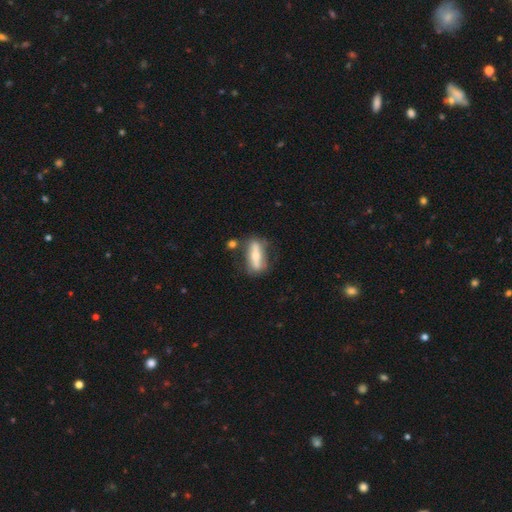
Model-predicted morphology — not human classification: Smooth or featured: featured or disk — 52% (smooth — 41%)
Edge-on disk: yes — 54% (no — 46%)
Merging: none — 66% (minor disturbance — 19%)